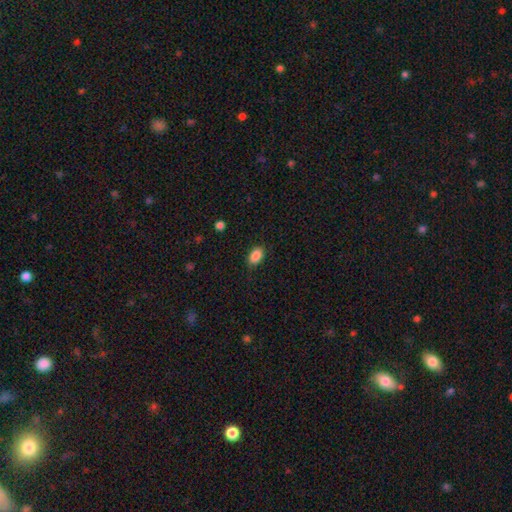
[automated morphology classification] Smooth or featured?
  - smooth: 88% *
  - star or artifact: 8%
  - featured or disk: 4%
How rounded?
  - in between: 89% *
  - round: 9%
  - cigar-shaped: 2%
Merging?
  - none: 83% *
  - minor disturbance: 13%
  - major disturbance: 3%
  - merger: 1%